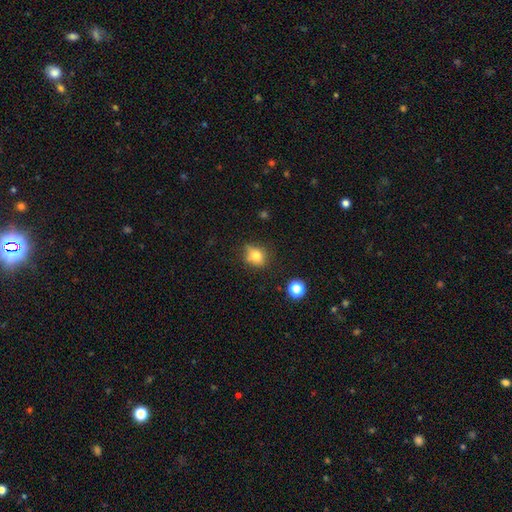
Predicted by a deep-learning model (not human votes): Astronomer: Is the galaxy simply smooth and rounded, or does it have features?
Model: smooth — 75%.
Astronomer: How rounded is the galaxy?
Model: round — 66%.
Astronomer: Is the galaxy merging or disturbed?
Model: none — 61%.